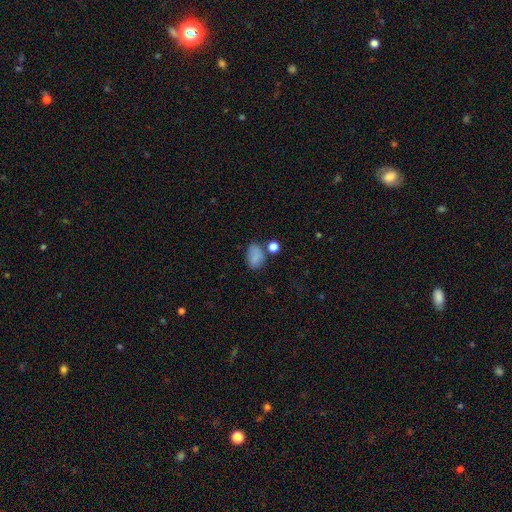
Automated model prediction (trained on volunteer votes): A smooth galaxy with no disk features (81%) that is in between round and cigar-shaped (79%). Merging: none (60%).